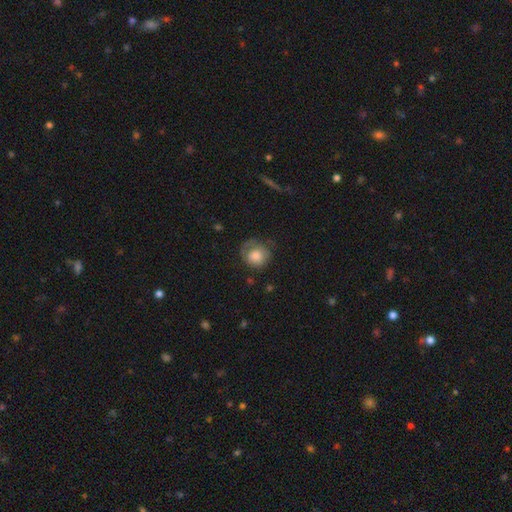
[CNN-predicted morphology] type=smooth (72%); roundness=round (82%); merging=none (52%).